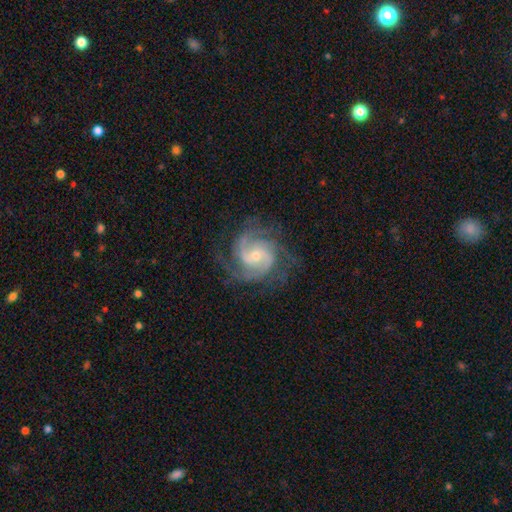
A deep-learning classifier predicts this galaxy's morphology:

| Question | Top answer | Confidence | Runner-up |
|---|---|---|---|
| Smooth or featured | featured or disk | 91% | star or artifact (5%) |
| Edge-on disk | no | 98% | yes (2%) |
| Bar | no | 55% | weak (37%) |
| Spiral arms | yes | 98% | no (2%) |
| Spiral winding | tight | 48% | medium (43%) |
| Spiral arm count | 3 | 35% | 2 (27%) |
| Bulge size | small | 58% | moderate (37%) |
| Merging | none | 74% | minor disturbance (16%) |